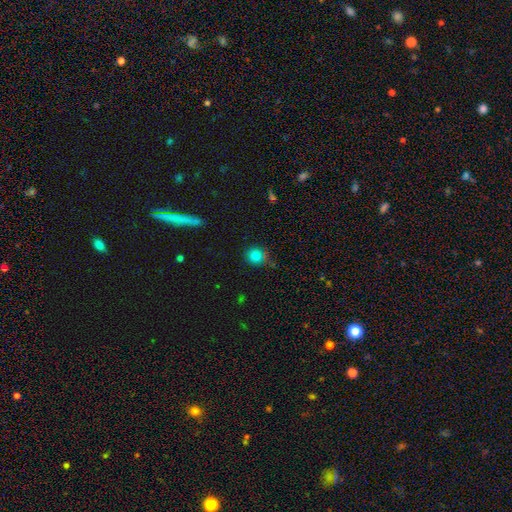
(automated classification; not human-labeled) Morphology: type=smooth (80%); roundness=round (89%); merging=none (75%).